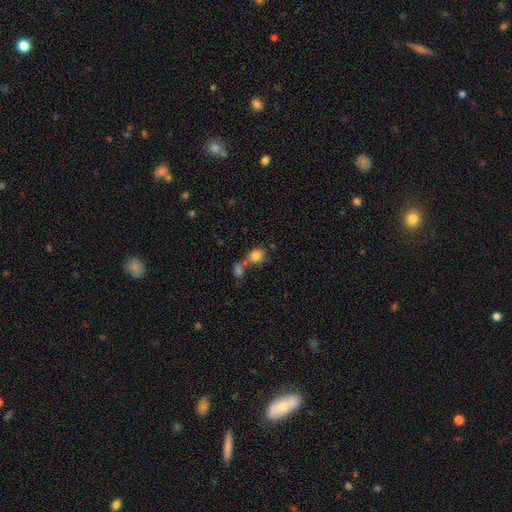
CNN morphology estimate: The model was most divided on "merging": none: 45%, merger: 38%, minor disturbance: 11%, major disturbance: 5%. More confident: smooth or featured — smooth (83%); how rounded — round (58%).